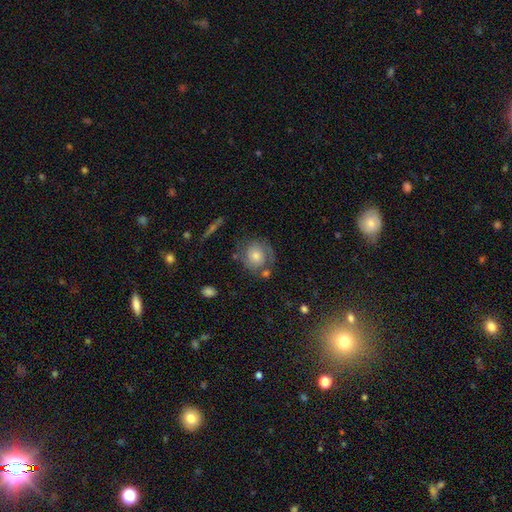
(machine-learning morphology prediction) featured or disk 49%, smooth 40%, star or artifact 11%. Down the decision tree: merging — none (64%).